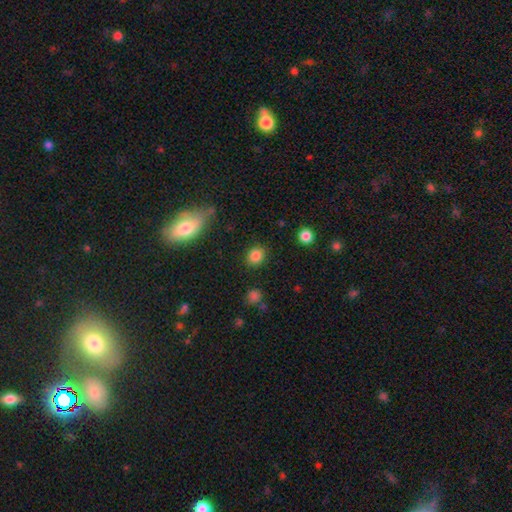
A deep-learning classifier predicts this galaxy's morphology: Q: Smooth or featured?
A: smooth (85%); runner-up: star or artifact (11%)
Q: How rounded?
A: round (64%); runner-up: in between (35%)
Q: Merging?
A: none (87%); runner-up: minor disturbance (8%)